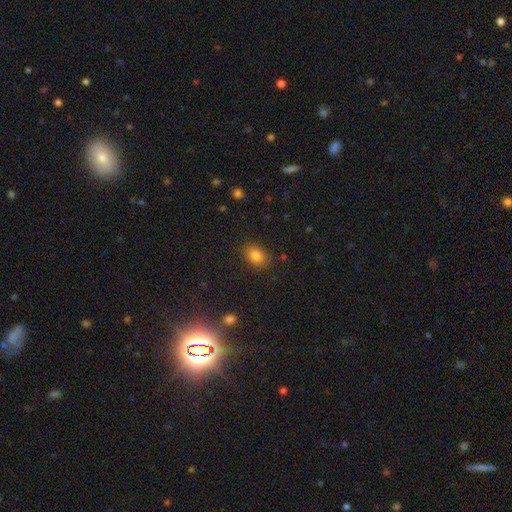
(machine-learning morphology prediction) Smooth or featured? Predicted: smooth (p=0.82). How rounded? Predicted: in between (p=0.75). Merging? Predicted: none (p=0.85).